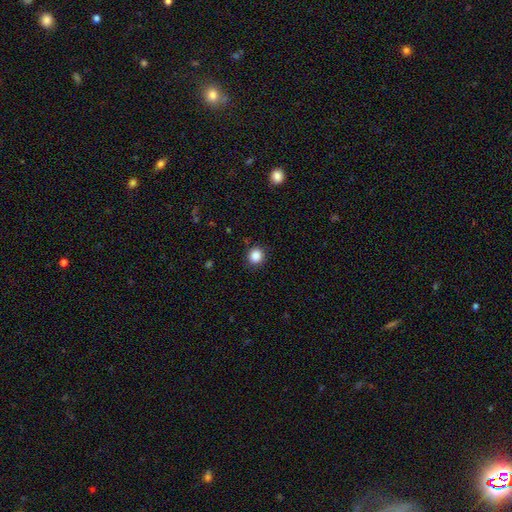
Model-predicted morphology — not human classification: smooth 87%, star or artifact 10%, featured or disk 3%. Down the decision tree: how rounded — round (89%); merging — none (89%).